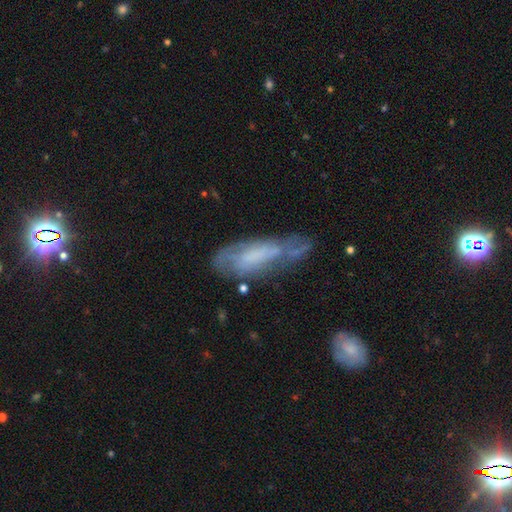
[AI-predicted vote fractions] Overall: featured or disk (53%; smooth 38%). Edge-on disk: no (75%). Merging: none (38%; minor disturbance 31%).